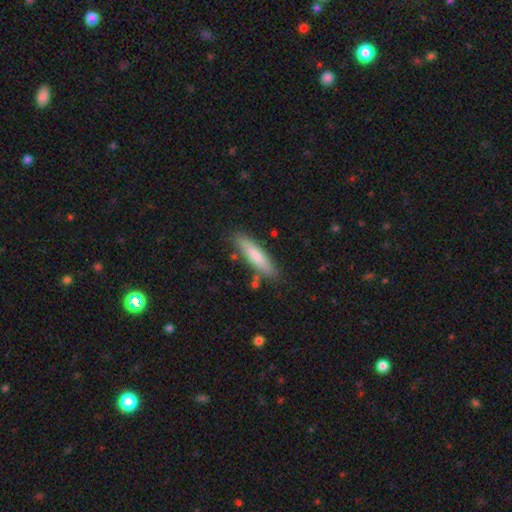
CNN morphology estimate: Smooth or featured?
  - smooth: 76% *
  - featured or disk: 18%
  - star or artifact: 5%
How rounded?
  - cigar-shaped: 76% *
  - in between: 22%
  - round: 1%
Merging?
  - none: 82% *
  - minor disturbance: 12%
  - merger: 3%
  - major disturbance: 3%